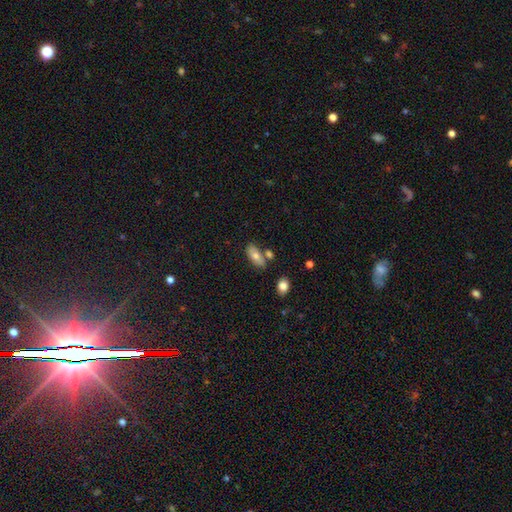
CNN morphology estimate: Overall: smooth (71%). How rounded: in between (85%). Merging: none (67%).